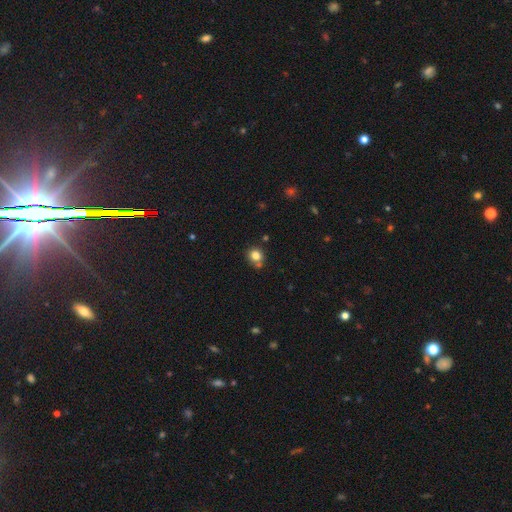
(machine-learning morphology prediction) Smooth or featured? smooth (81%)
How rounded? round (82%)
Merging? none (68%)